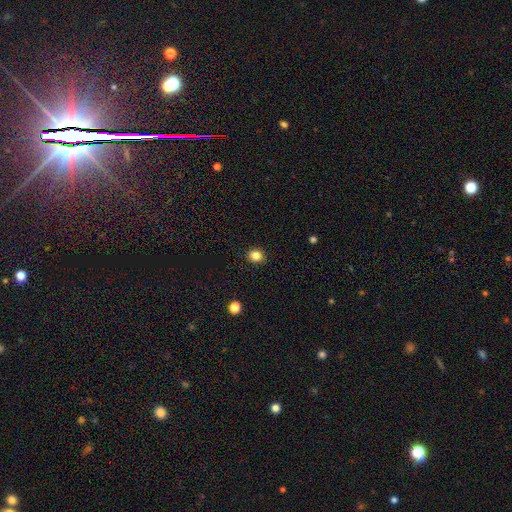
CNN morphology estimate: type=smooth (84%); roundness=round (65%); merging=none (90%).